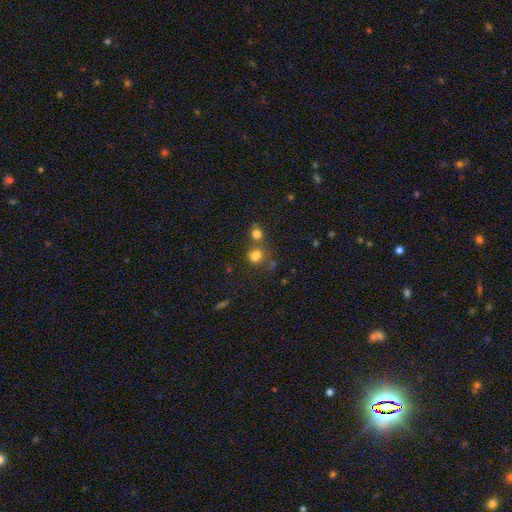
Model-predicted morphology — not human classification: Smooth or featured? smooth (75%)
How rounded? round (61%)
Merging? none (47%)